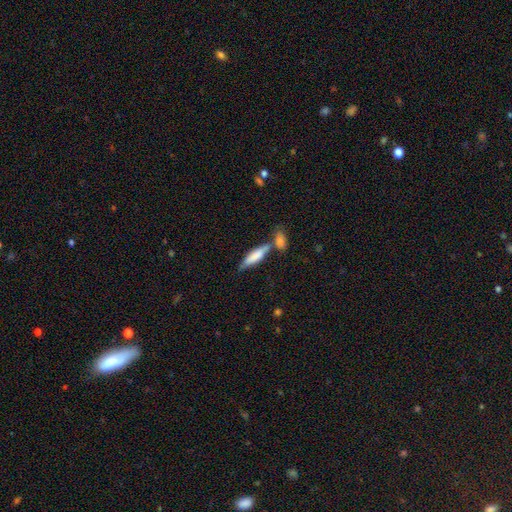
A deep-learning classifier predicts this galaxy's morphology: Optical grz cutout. It shows a smooth galaxy with no disk features (72%) that is cigar-shaped (62%). Merging: none (46%).